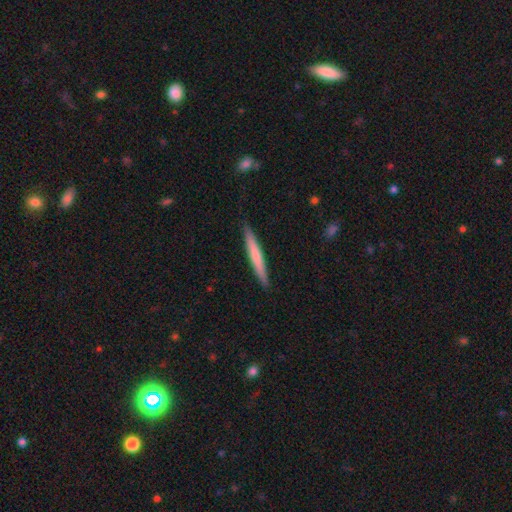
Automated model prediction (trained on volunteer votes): Q: Smooth or featured?
A: smooth (62%); runner-up: featured or disk (33%)
Q: How rounded?
A: cigar-shaped (96%); runner-up: in between (3%)
Q: Merging?
A: none (89%); runner-up: minor disturbance (8%)